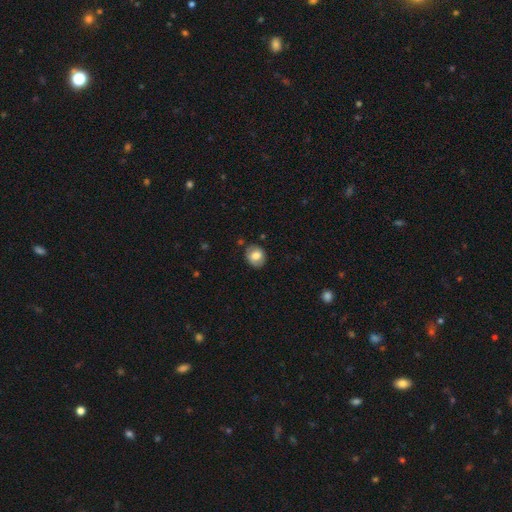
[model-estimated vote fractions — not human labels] Morphology: type=smooth (72%); roundness=round (60%); merging=none (81%).